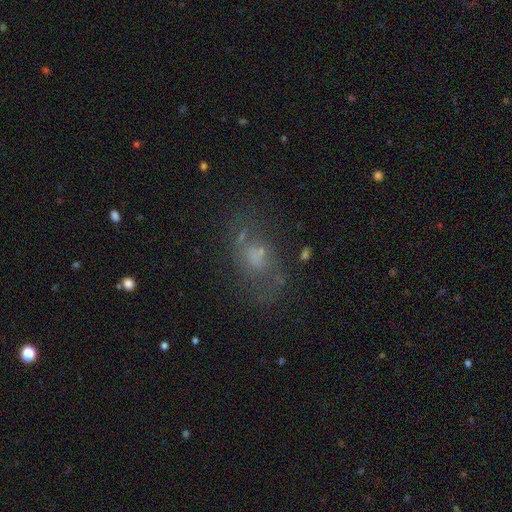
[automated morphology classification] type=smooth (43%); merging=none (51%).